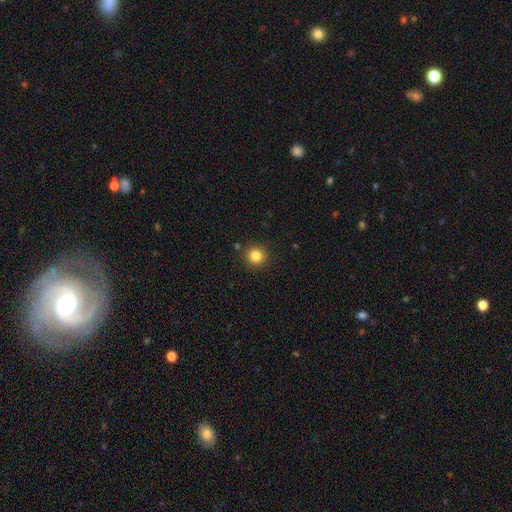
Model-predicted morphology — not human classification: type=smooth (83%); roundness=round (93%); merging=none (90%).